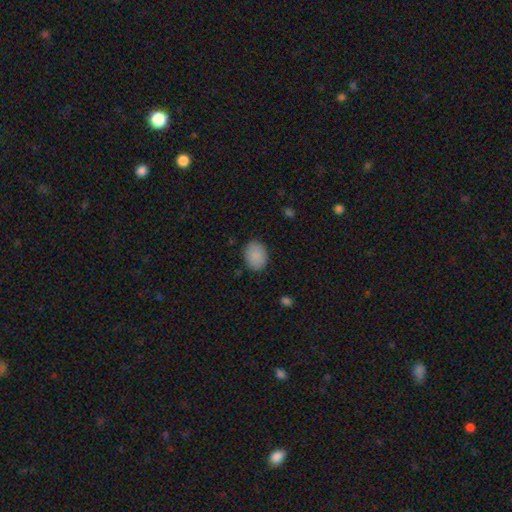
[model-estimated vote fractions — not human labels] Smooth or featured: smooth — 88% (star or artifact — 7%)
How rounded: in between — 60% (round — 39%)
Merging: none — 85% (minor disturbance — 11%)